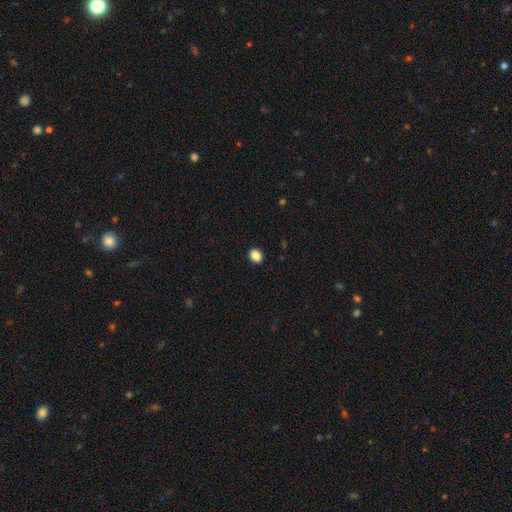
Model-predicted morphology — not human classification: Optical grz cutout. It shows a smooth galaxy with no disk features (88%) that is in between round and cigar-shaped (53%). Merging: none (91%).